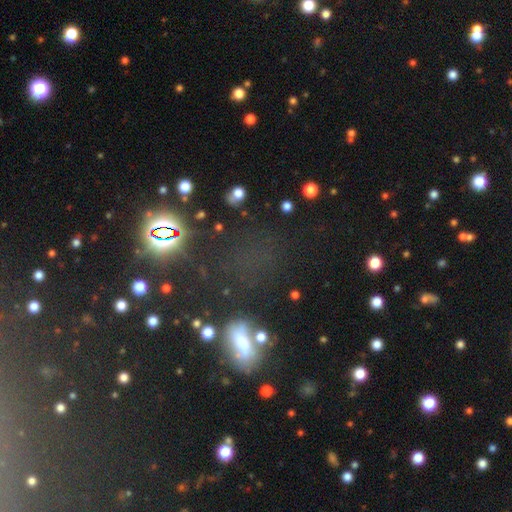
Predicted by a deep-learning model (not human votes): Smooth or featured? Predicted: star or artifact (p=0.59).